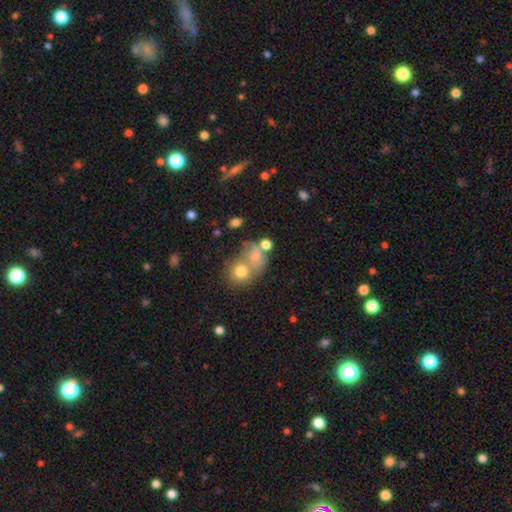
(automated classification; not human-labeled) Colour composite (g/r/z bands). It shows a smooth galaxy with no disk features (64%) that is round (58%). Merging: merger (50%).